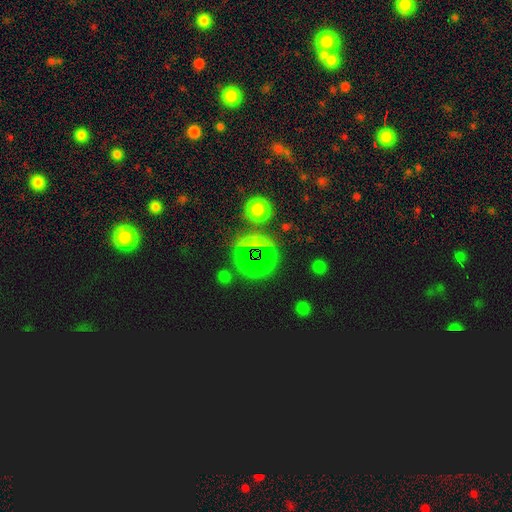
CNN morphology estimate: Overall: star or artifact (67%).